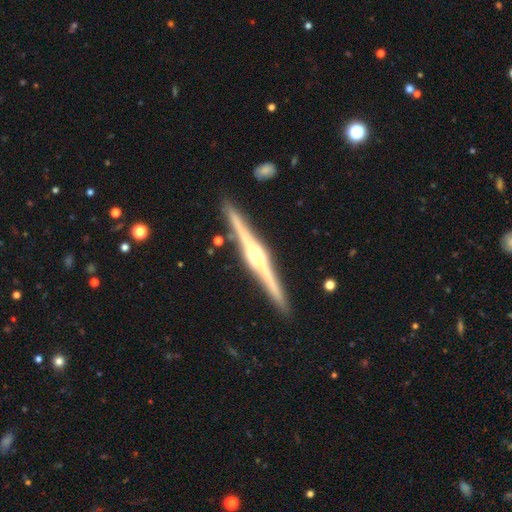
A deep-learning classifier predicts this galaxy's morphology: This appears to be a featured or disk galaxy (87%) viewed edge-on (99%) with a rounded central bulge (78%). Merging: none (91%).